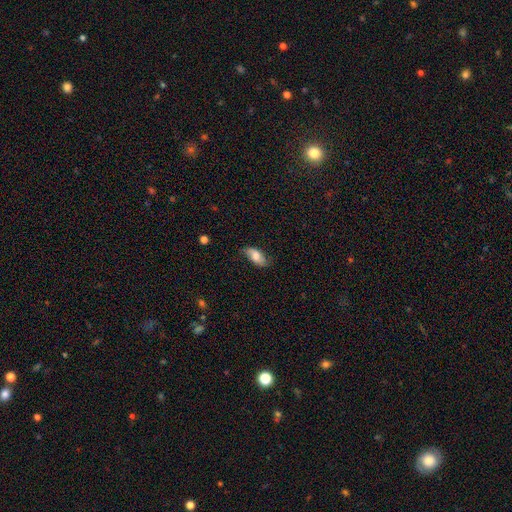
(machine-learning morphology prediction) This is likely a smooth galaxy (67%). How rounded: clearly in between (90%). Merging: likely none (73%).